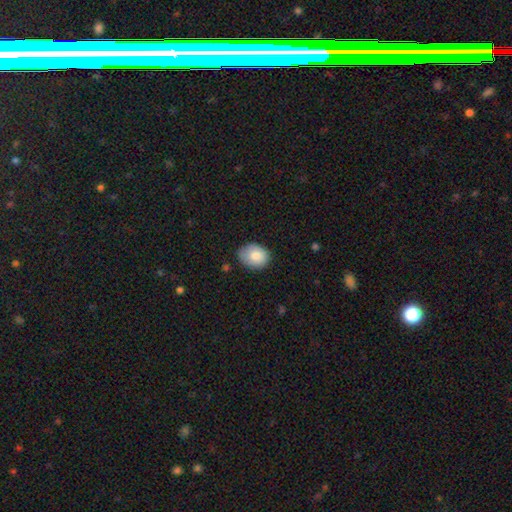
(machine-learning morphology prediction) smooth_or_featured: smooth (p=0.83) [alt: featured or disk p=0.10]
how_rounded: in between (p=0.62) [alt: round p=0.37]
merging: none (p=0.76) [alt: minor disturbance p=0.19]